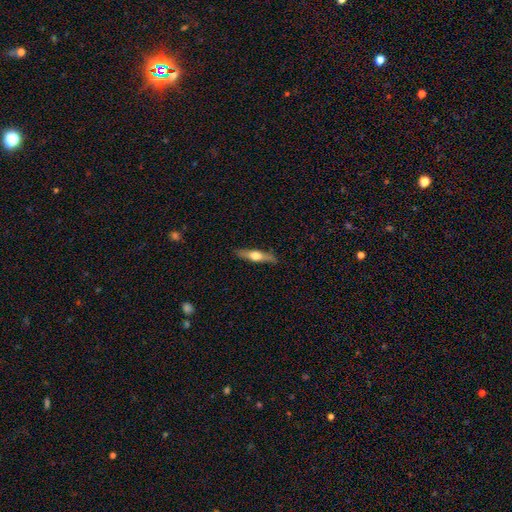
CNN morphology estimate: This appears to be a featured or disk galaxy (59%) viewed edge-on (95%) with a rounded central bulge (93%). Merging: none (88%).